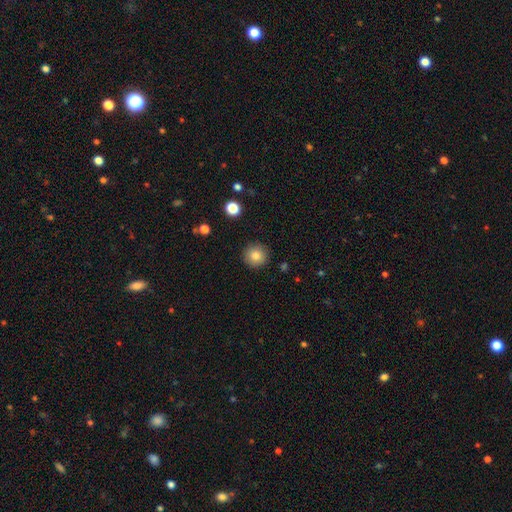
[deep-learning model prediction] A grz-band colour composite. It shows a smooth galaxy with no disk features (84%) that is round (94%). Merging: none (91%).